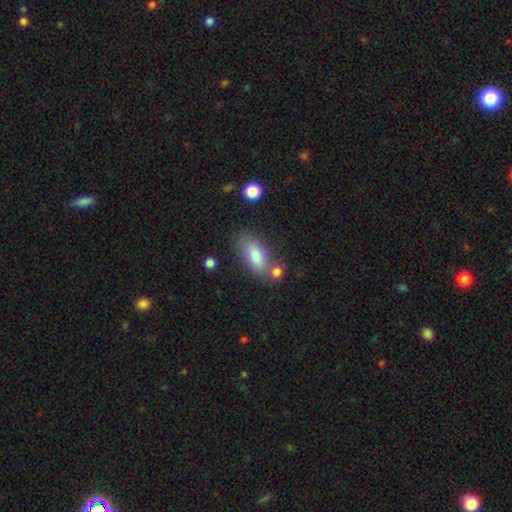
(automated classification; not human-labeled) smooth 77%, featured or disk 15%, star or artifact 8%. Down the decision tree: how rounded — in between (82%); merging — none (69%).